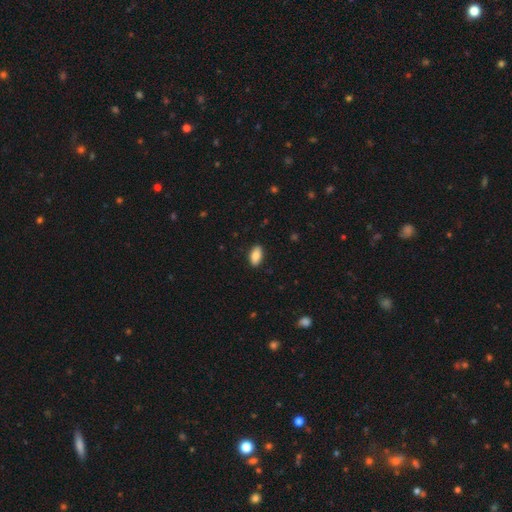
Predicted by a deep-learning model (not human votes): Smooth or featured? smooth (86%)
How rounded? in between (92%)
Merging? none (89%)